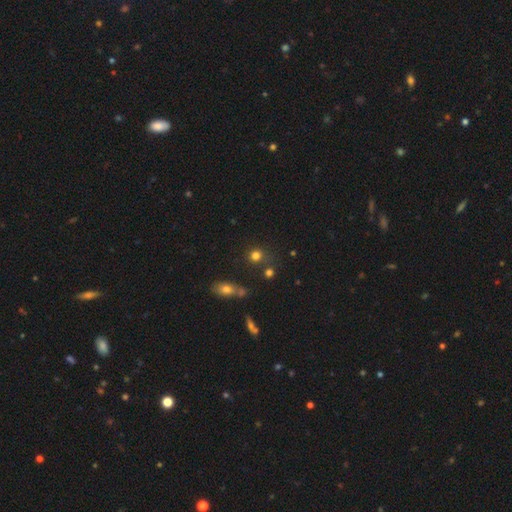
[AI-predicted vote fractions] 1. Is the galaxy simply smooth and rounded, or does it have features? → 76% smooth, 18% star or artifact, 7% featured or disk.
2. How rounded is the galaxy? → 85% round, 14% in between, 1% cigar-shaped.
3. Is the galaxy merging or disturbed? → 70% none, 14% merger, 11% minor disturbance, 5% major disturbance.